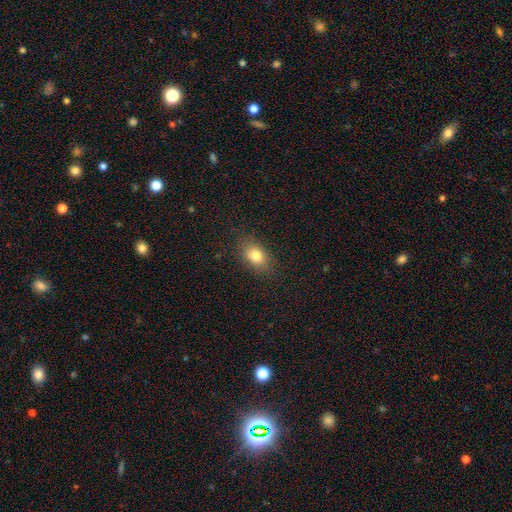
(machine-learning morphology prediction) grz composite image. It shows a smooth galaxy with no disk features (80%) that is in between round and cigar-shaped (80%). Merging: none (85%).